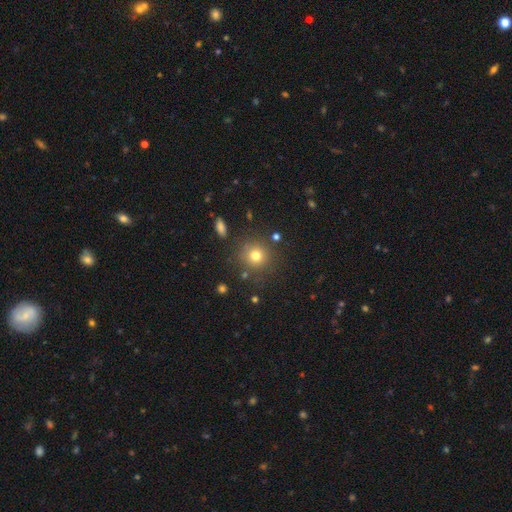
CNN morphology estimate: type=smooth (76%); roundness=round (92%); merging=none (84%).